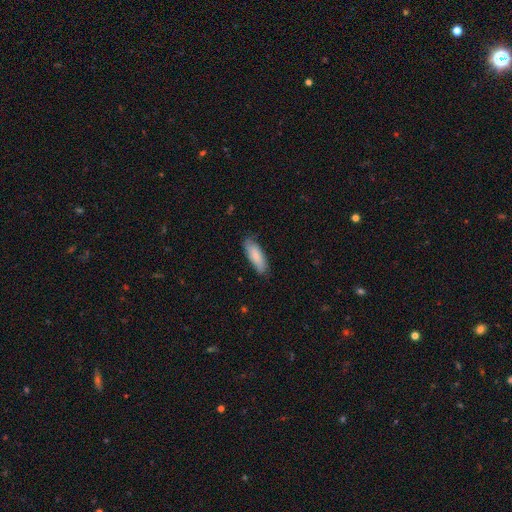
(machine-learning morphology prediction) smooth 80%, featured or disk 14%, star or artifact 6%. Down the decision tree: how rounded — in between (63%); merging — none (75%).